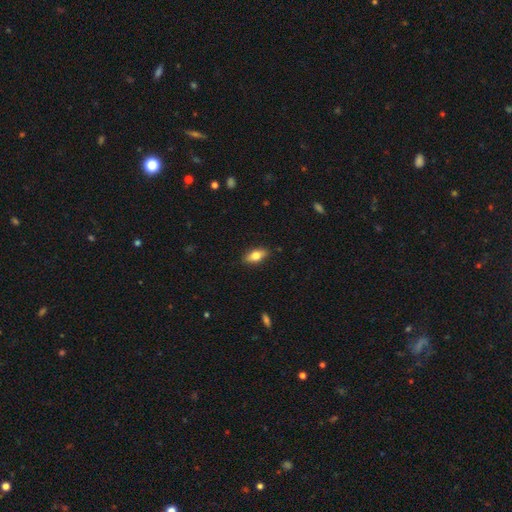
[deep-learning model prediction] smooth_or_featured: smooth (p=0.72) [alt: featured or disk p=0.21]
how_rounded: in between (p=0.84) [alt: cigar-shaped p=0.13]
merging: none (p=0.88) [alt: minor disturbance p=0.09]